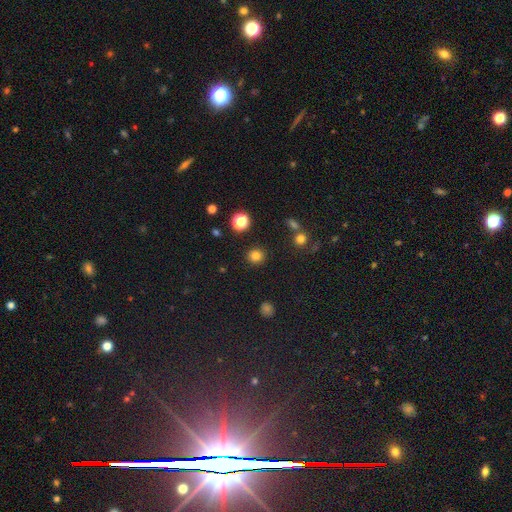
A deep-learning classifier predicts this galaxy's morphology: A smooth galaxy with no disk features (80%) that is round (92%).

Vote fractions:
- Smooth or featured? smooth: 80% / star or artifact: 14% / featured or disk: 5%
- How rounded? round: 92% / in between: 7% / cigar-shaped: 1%
- Merging? none: 90% / minor disturbance: 5% / major disturbance: 2% / merger: 2%